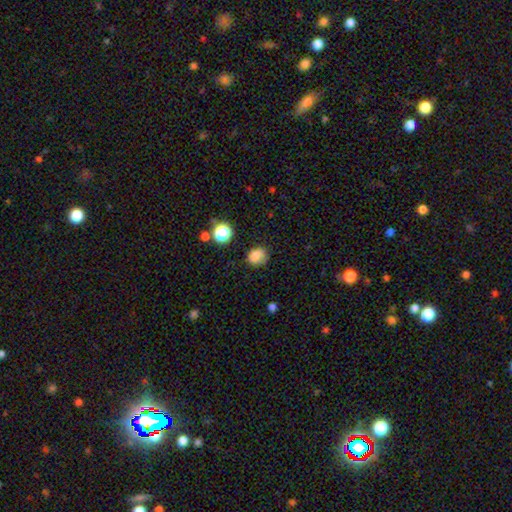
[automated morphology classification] smooth-or-featured: smooth: 81% | star or artifact: 12% | featured or disk: 7%
  how-rounded: round: 57% | in between: 42% | cigar-shaped: 1%
  merging: none: 67% | minor disturbance: 23% | major disturbance: 6% | merger: 4%